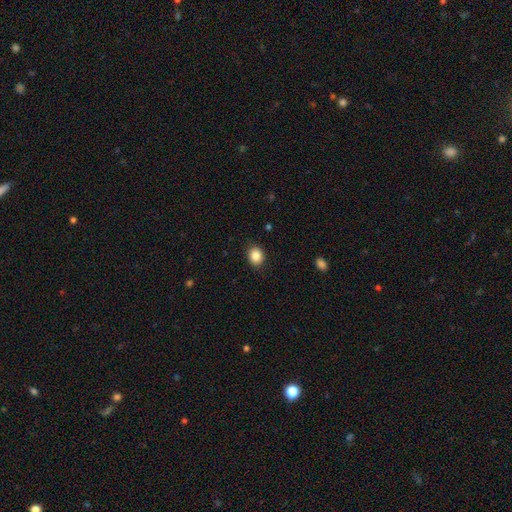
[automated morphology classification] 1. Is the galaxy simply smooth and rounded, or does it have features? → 86% smooth, 9% star or artifact, 5% featured or disk.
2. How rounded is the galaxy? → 65% round, 34% in between, 1% cigar-shaped.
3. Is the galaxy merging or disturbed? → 89% none, 8% minor disturbance, 2% major disturbance, 1% merger.